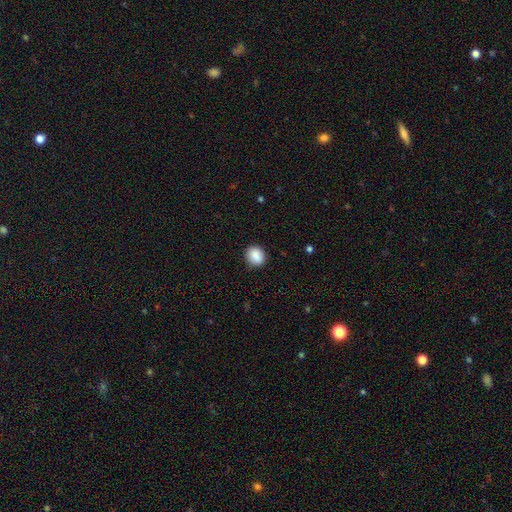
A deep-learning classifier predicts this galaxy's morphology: Smooth or featured? smooth (87%)
How rounded? round (68%)
Merging? none (85%)